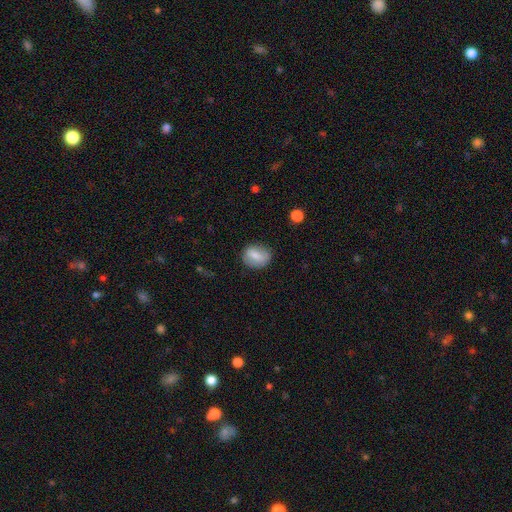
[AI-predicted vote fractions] smooth 76%, featured or disk 16%, star or artifact 8%. Down the decision tree: how rounded — in between (57%); merging — none (76%).